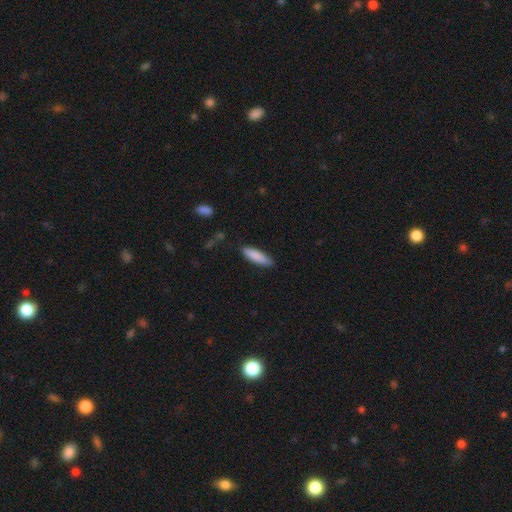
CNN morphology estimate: This is clearly a smooth galaxy (86%). How rounded: likely cigar-shaped (67%). Merging: clearly none (83%).